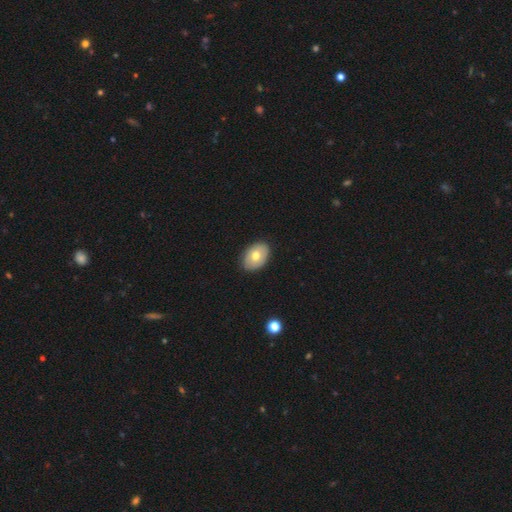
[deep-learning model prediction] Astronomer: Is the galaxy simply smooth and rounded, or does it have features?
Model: smooth — 68%.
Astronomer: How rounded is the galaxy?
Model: in between — 82%.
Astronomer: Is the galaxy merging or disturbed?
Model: none — 87%.